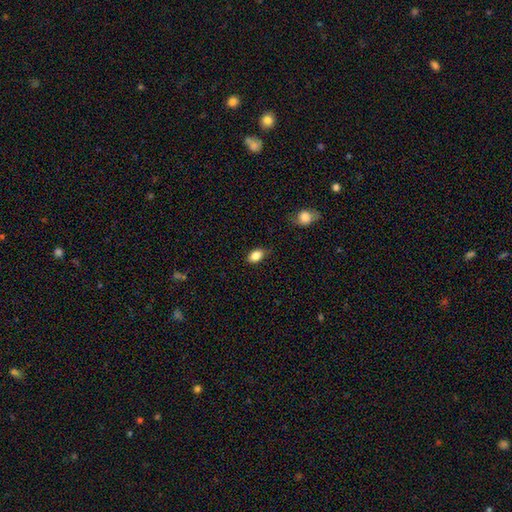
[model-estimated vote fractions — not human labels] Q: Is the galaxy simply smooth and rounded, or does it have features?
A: smooth — 86%.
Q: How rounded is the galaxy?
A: in between — 84%.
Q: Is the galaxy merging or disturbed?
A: none — 77%.